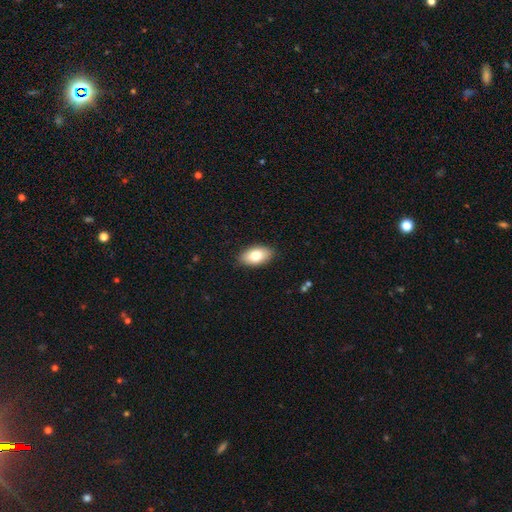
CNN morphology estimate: Smooth or featured: smooth — 79% (featured or disk — 14%)
How rounded: in between — 93% (round — 5%)
Merging: none — 88% (minor disturbance — 9%)